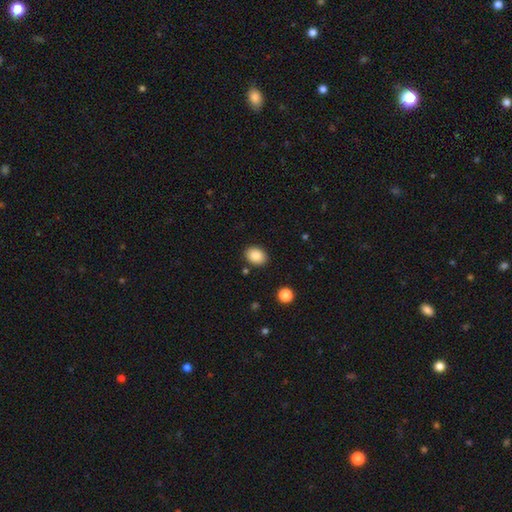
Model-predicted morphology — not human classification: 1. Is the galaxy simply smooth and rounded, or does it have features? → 87% smooth, 8% star or artifact, 5% featured or disk.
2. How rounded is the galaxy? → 61% in between, 38% round, 1% cigar-shaped.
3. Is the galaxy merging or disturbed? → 87% none, 8% minor disturbance, 2% major disturbance, 2% merger.